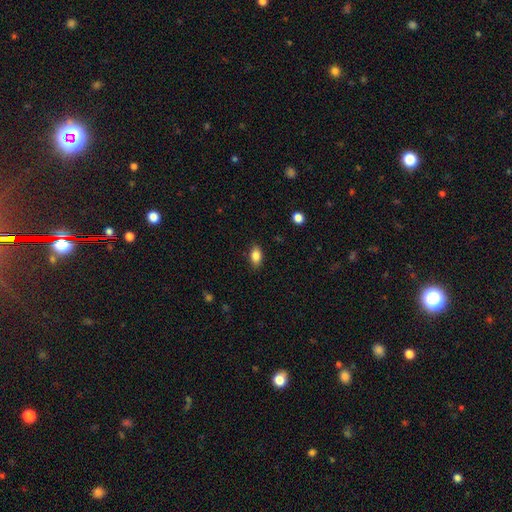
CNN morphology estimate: This is clearly a smooth galaxy (85%). How rounded: clearly in between (87%). Merging: clearly none (86%).